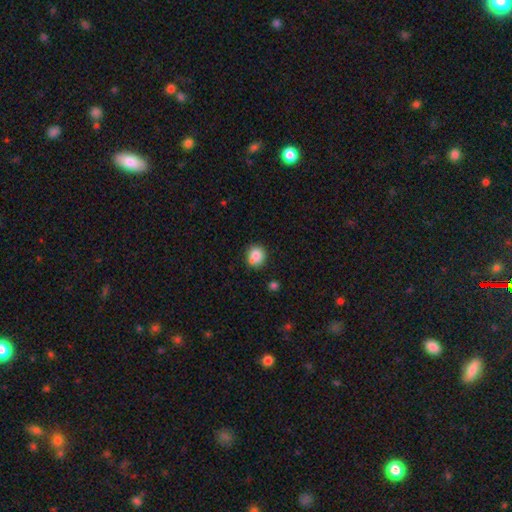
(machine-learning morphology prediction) Smooth or featured: smooth — 84% (star or artifact — 9%)
How rounded: round — 80% (in between — 19%)
Merging: none — 68% (minor disturbance — 16%)